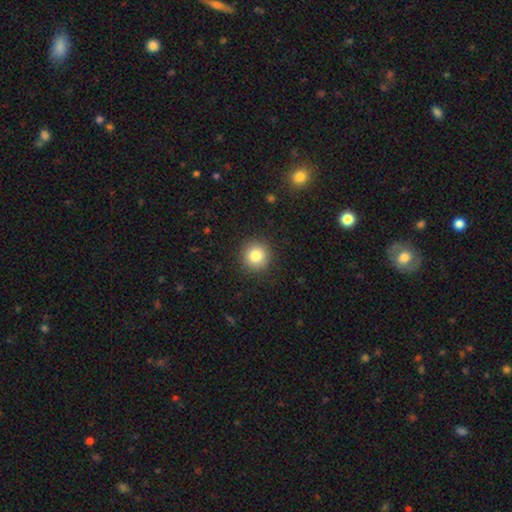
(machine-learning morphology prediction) Overall: smooth (83%). How rounded: round (94%). Merging: none (91%).